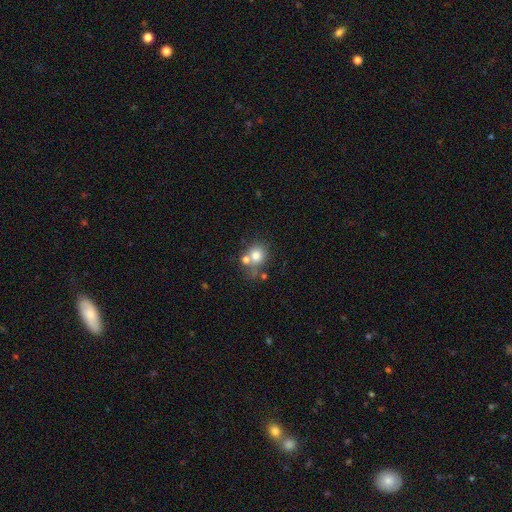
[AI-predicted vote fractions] The model was most divided on "merging": none: 46%, merger: 34%, minor disturbance: 13%, major disturbance: 7%. More confident: how rounded — round (77%); smooth or featured — smooth (76%).